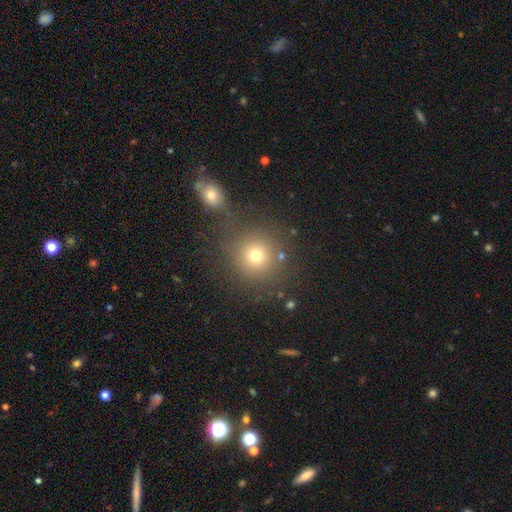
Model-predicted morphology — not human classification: smooth_or_featured: smooth (p=0.72) [alt: star or artifact p=0.18]
how_rounded: round (p=0.91) [alt: in between p=0.08]
merging: none (p=0.73) [alt: merger p=0.15]